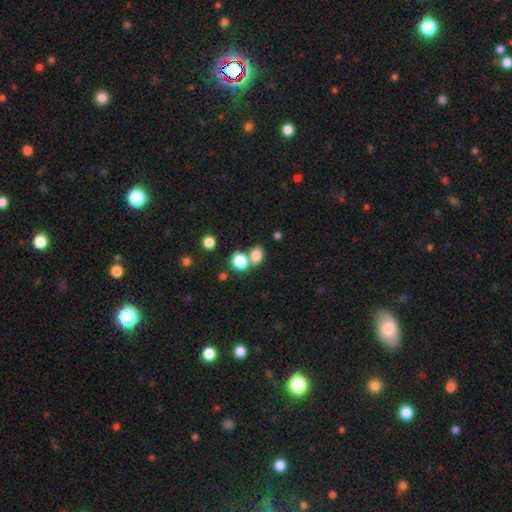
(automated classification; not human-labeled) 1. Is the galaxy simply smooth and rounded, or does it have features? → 81% smooth, 12% star or artifact, 7% featured or disk.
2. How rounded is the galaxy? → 58% in between, 41% round, 1% cigar-shaped.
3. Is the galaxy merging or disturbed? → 53% none, 33% merger, 10% minor disturbance, 4% major disturbance.